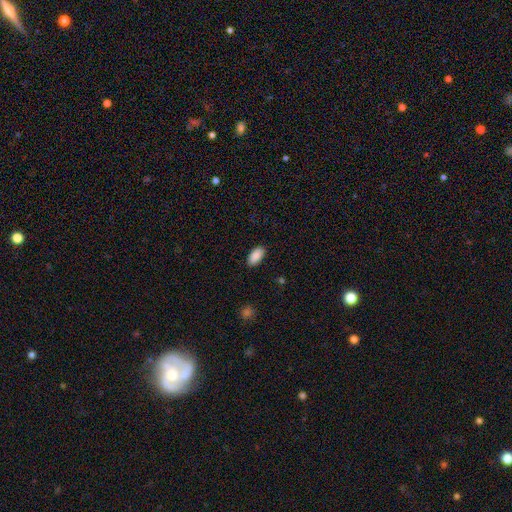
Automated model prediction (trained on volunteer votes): Overall: smooth (90%). How rounded: in between (93%). Merging: none (87%).